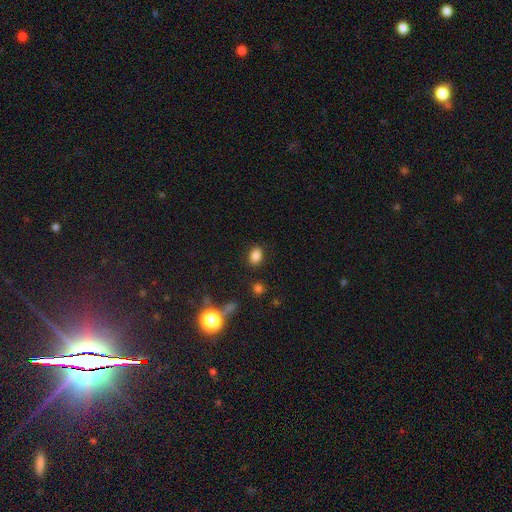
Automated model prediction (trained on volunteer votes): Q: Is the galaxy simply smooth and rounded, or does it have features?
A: smooth — 83%.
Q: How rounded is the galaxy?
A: in between — 75%.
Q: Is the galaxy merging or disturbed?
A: none — 85%.